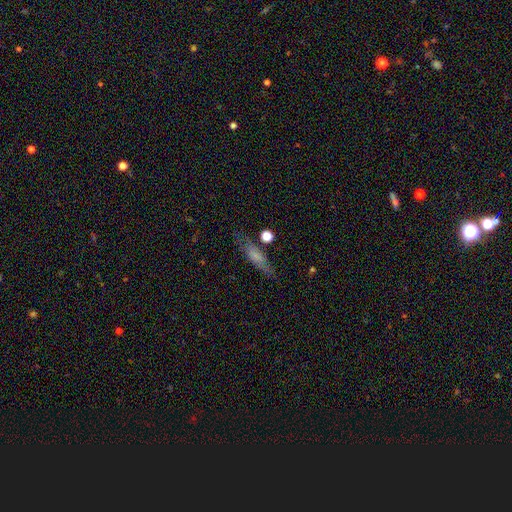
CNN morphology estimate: smooth 61%, featured or disk 29%, star or artifact 10%. Down the decision tree: how rounded — cigar-shaped (65%); merging — none (73%).